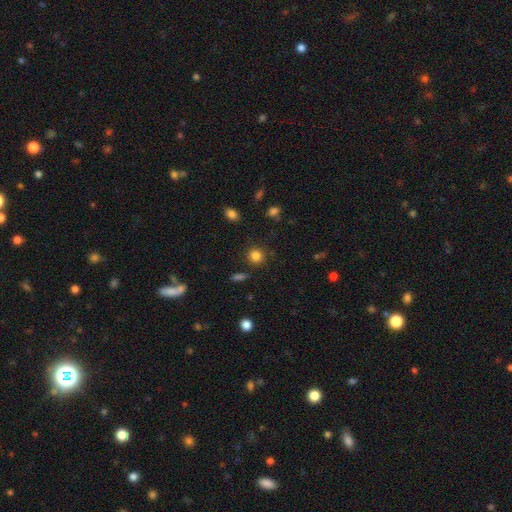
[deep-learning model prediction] smooth-or-featured: smooth: 84% | star or artifact: 11% | featured or disk: 5%
  how-rounded: round: 89% | in between: 10% | cigar-shaped: 1%
  merging: none: 85% | minor disturbance: 9% | major disturbance: 3% | merger: 3%